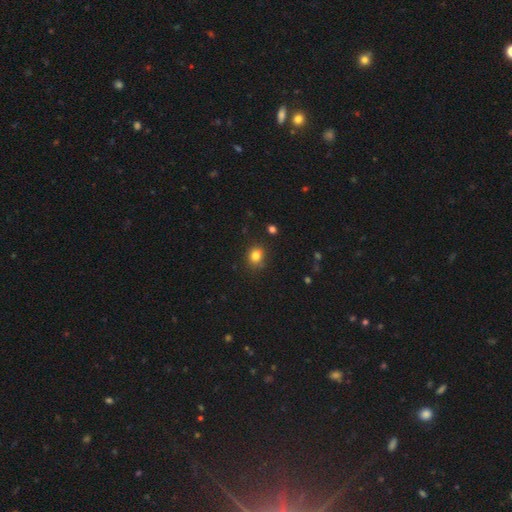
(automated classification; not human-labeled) A smooth galaxy with no disk features (82%) that is round (74%). Merging: none (83%).